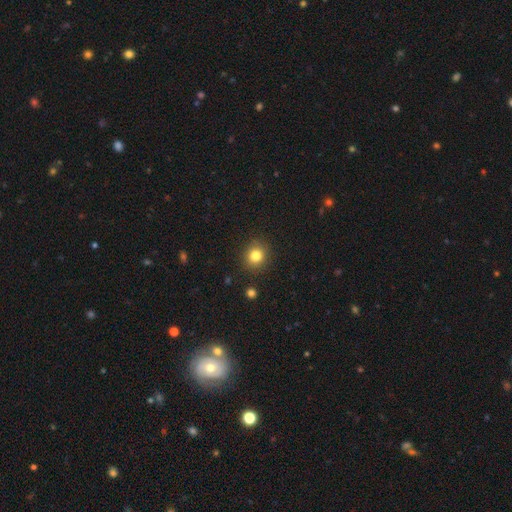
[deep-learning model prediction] Morphology: type=smooth (82%); roundness=round (83%); merging=none (90%).